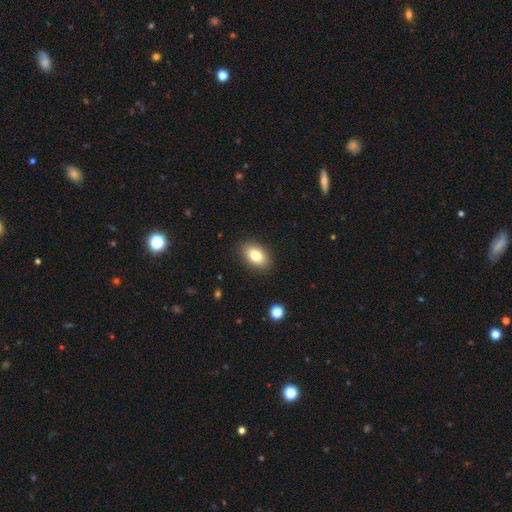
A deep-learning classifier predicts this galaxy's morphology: A smooth galaxy with no disk features (81%) that is in between round and cigar-shaped (90%). Merging: none (88%).